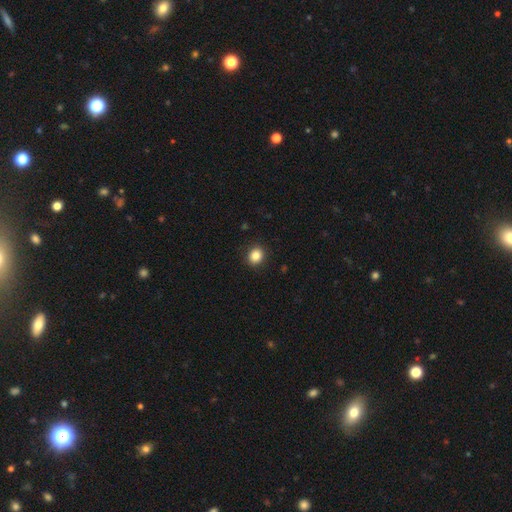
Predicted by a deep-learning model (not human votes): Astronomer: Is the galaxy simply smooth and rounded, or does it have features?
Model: smooth — 85%.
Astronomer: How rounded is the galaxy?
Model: round — 81%.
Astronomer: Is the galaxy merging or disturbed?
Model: none — 91%.